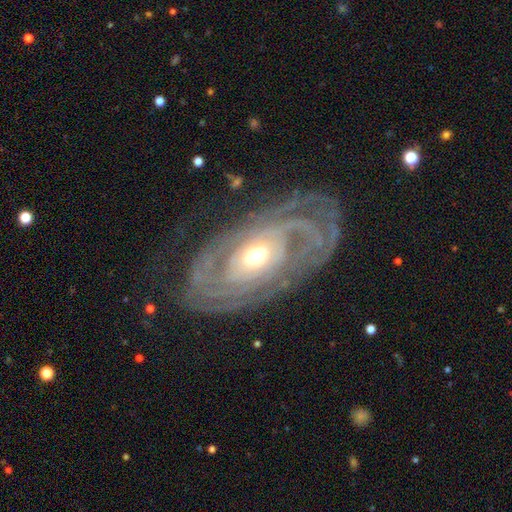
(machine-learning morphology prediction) This appears to be a featured or disk galaxy (88%) with no bar (70%), tight (73%) spiral arms (93%) and a moderate central bulge (63%). Merging: none (71%).